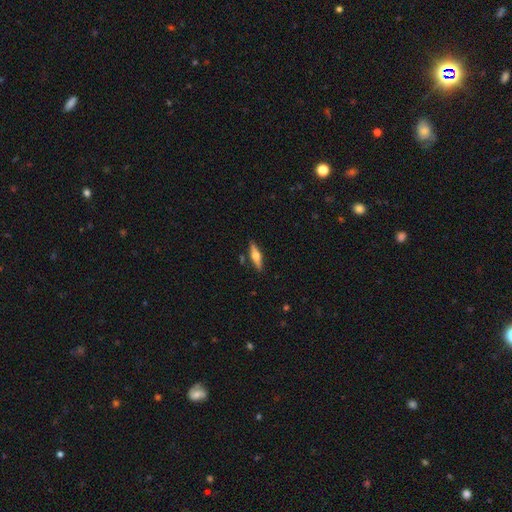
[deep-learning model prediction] This appears to be a featured or disk galaxy (55%) viewed edge-on (94%) with a rounded central bulge (93%). Merging: none (86%).